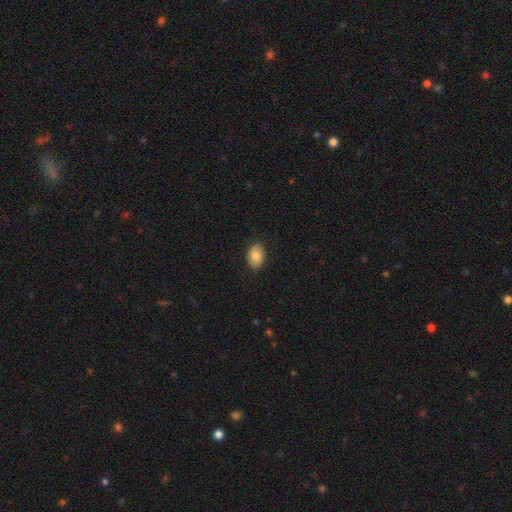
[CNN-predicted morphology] Smooth or featured: smooth — 80% (featured or disk — 13%)
How rounded: in between — 81% (round — 18%)
Merging: none — 87% (minor disturbance — 10%)